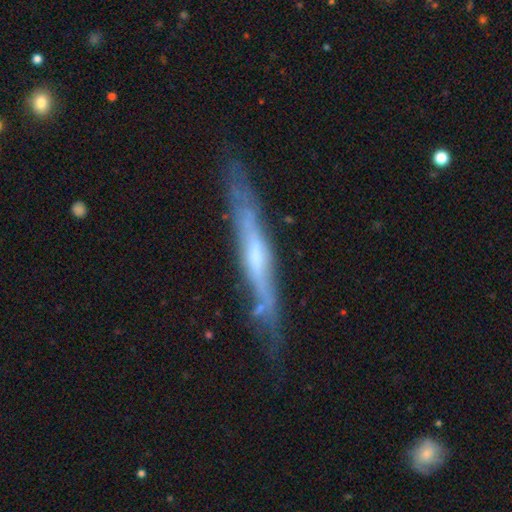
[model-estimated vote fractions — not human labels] Q: Smooth or featured?
A: featured or disk (73%); runner-up: smooth (20%)
Q: Edge-on disk?
A: yes (85%); runner-up: no (15%)
Q: Edge-on bulge?
A: none (48%); runner-up: rounded (41%)
Q: Merging?
A: none (73%); runner-up: minor disturbance (20%)